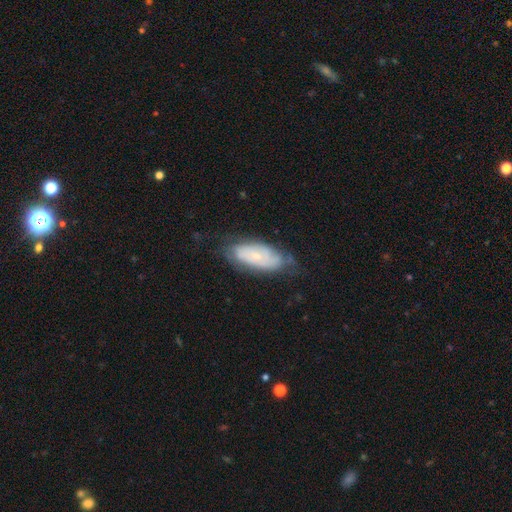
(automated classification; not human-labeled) The model was most divided on "smooth or featured": featured or disk: 60%, smooth: 33%, star or artifact: 7%. More confident: edge-on disk — no (89%); bar — no (77%); spiral arms — yes (77%); bulge size — small (74%); merging — none (65%).